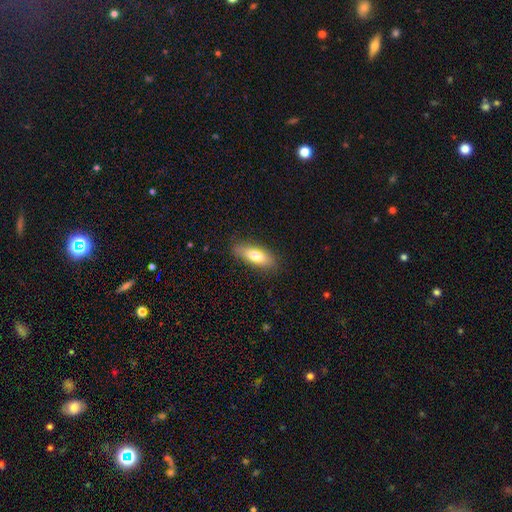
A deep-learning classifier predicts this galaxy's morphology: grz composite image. It shows a smooth galaxy with no disk features (75%) that is in between round and cigar-shaped (65%). Merging: none (83%).